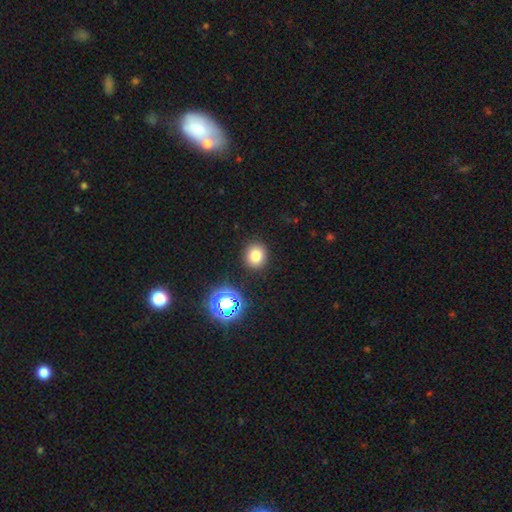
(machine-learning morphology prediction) This appears to be a smooth galaxy with no disk features (79%) that is round (80%). Merging: none (89%).